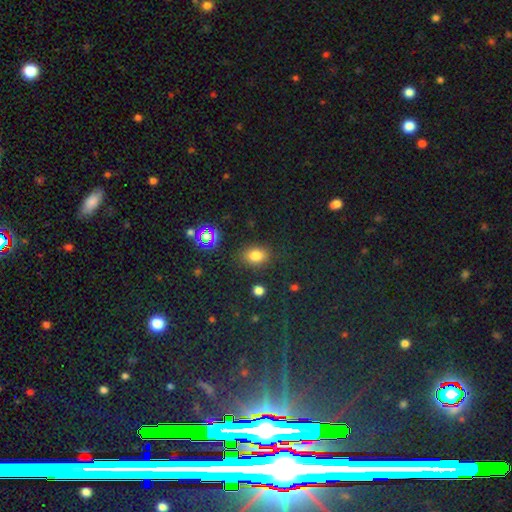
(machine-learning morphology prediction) This appears to be a smooth galaxy with no disk features (76%) that is in between round and cigar-shaped (64%). Merging: none (82%).